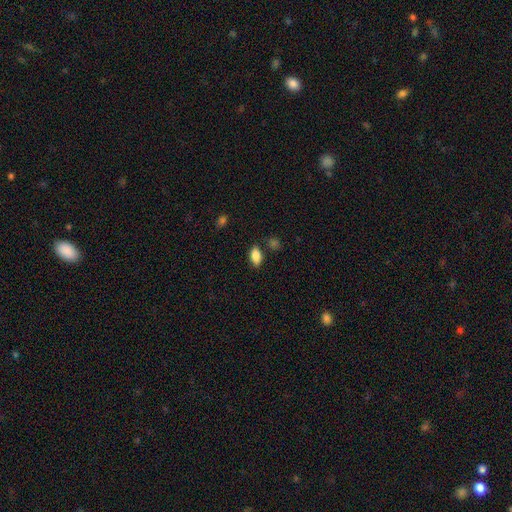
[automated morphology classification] Smooth or featured?
  - smooth: 86% *
  - star or artifact: 8%
  - featured or disk: 6%
How rounded?
  - in between: 91% *
  - round: 5%
  - cigar-shaped: 4%
Merging?
  - none: 78% *
  - minor disturbance: 15%
  - merger: 4%
  - major disturbance: 3%